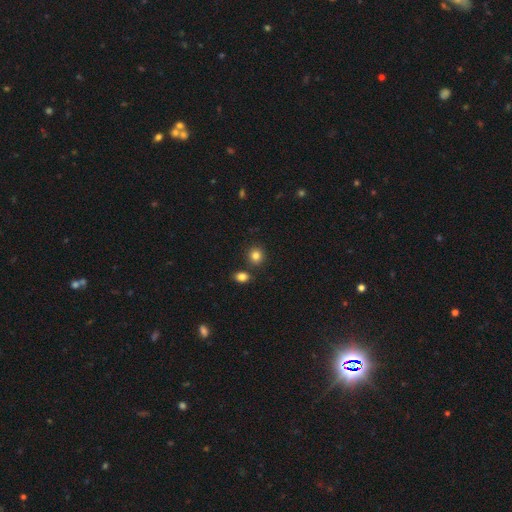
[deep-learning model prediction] Overall: smooth (84%). How rounded: round (82%). Merging: none (79%).